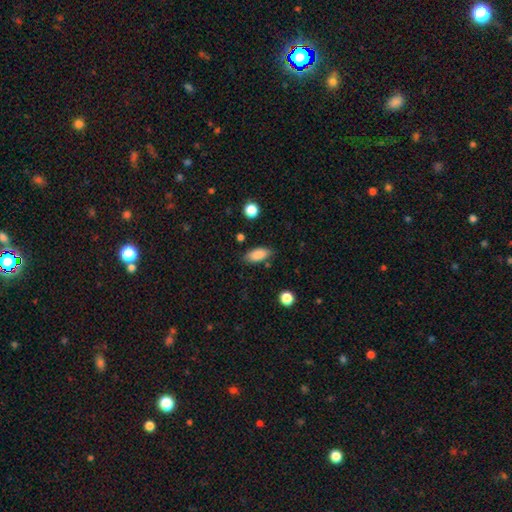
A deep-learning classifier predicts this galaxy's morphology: smooth_or_featured: smooth (p=0.87) [alt: star or artifact p=0.08]
how_rounded: in between (p=0.89) [alt: cigar-shaped p=0.08]
merging: none (p=0.80) [alt: minor disturbance p=0.14]